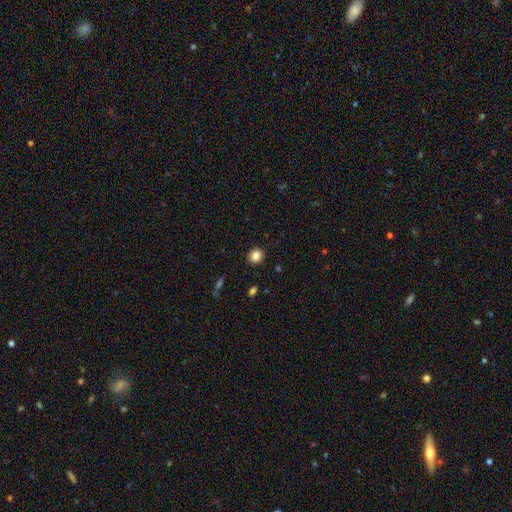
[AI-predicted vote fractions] A smooth galaxy with no disk features (84%) that is round (87%).

Vote fractions:
- Smooth or featured? smooth: 84% / star or artifact: 10% / featured or disk: 5%
- How rounded? round: 87% / in between: 12% / cigar-shaped: 1%
- Merging? none: 91% / minor disturbance: 6% / major disturbance: 2% / merger: 1%